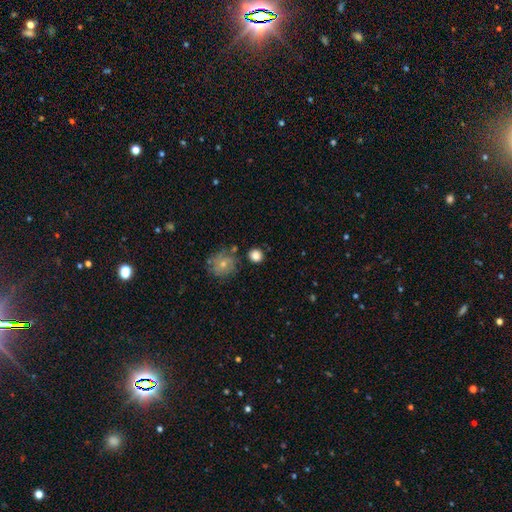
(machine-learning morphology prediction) Smooth or featured? Predicted: smooth (p=0.82). How rounded? Predicted: round (p=0.86). Merging? Predicted: none (p=0.78).